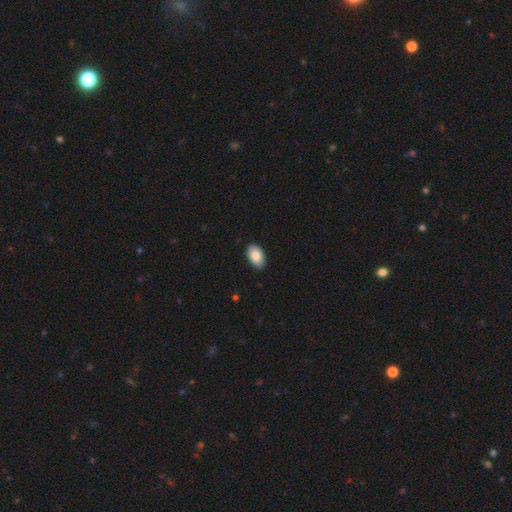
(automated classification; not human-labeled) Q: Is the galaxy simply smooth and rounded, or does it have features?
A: smooth — 86%.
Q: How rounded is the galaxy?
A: in between — 93%.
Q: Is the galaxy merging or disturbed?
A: none — 89%.